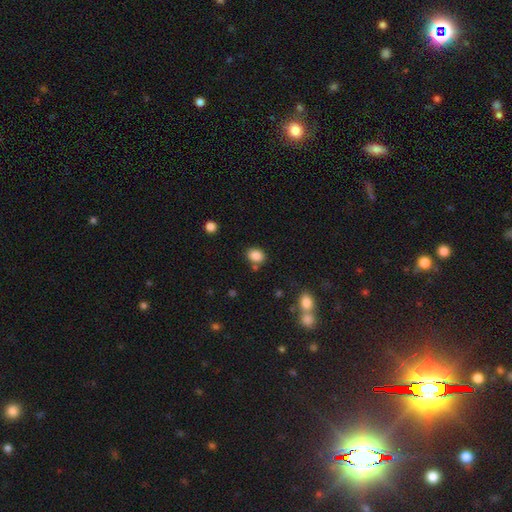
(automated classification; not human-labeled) A smooth galaxy with no disk features (86%) that is in between round and cigar-shaped (57%). Merging: none (74%).